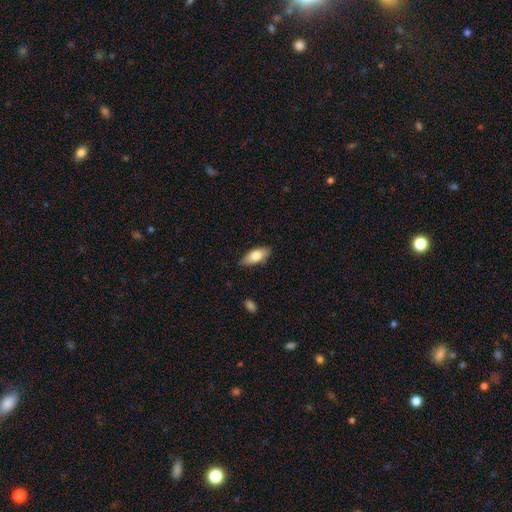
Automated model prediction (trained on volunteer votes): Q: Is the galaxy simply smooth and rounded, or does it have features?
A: smooth — 74%.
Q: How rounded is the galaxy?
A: in between — 80%.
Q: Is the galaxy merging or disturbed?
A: none — 80%.